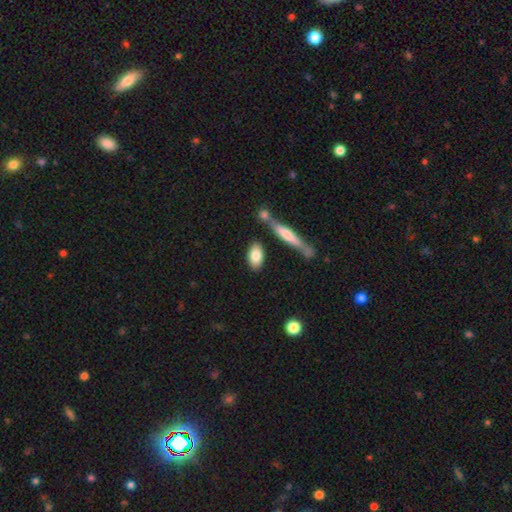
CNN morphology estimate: This is clearly a smooth galaxy (81%). How rounded: clearly in between (88%). Merging: likely none (77%).